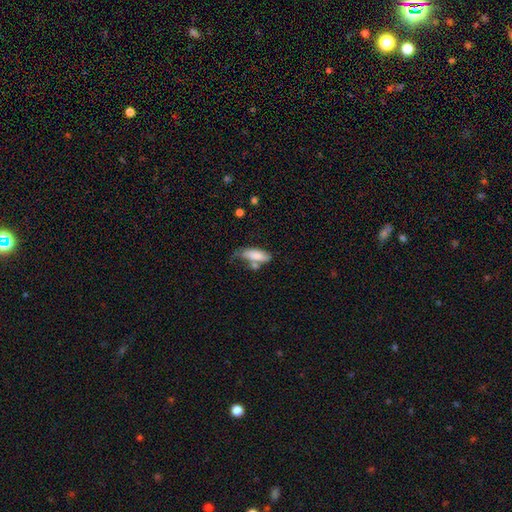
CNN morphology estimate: Smooth or featured?
  - smooth: 78% *
  - featured or disk: 15%
  - star or artifact: 7%
How rounded?
  - in between: 71% *
  - cigar-shaped: 26%
  - round: 3%
Merging?
  - none: 32% *
  - minor disturbance: 28%
  - merger: 22%
  - major disturbance: 19%